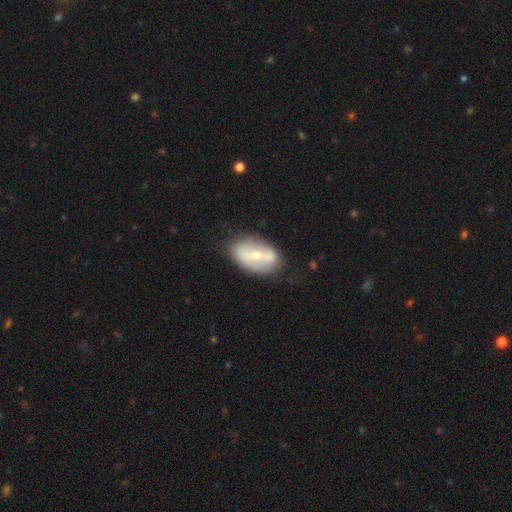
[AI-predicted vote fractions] Overall: featured or disk (58%; smooth 36%). Edge-on disk: no (88%). Bar: strong (42%; weak 30%). Spiral arms: no (67%; yes 33%). Bulge size: small (57%; moderate 39%). Merging: none (72%).